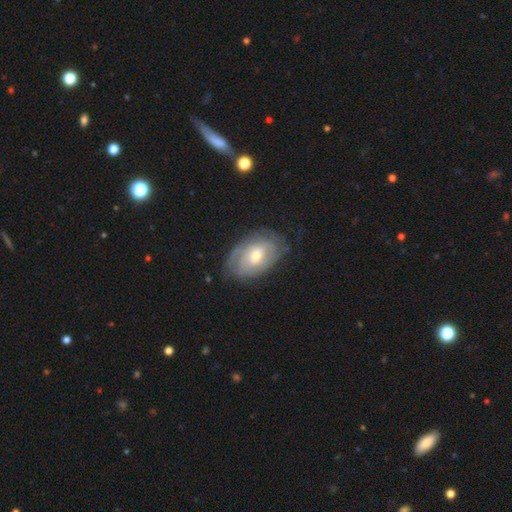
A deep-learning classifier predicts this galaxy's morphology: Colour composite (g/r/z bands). It shows a featured or disk galaxy (69%) with no bar (58%), tight (67%) spiral arms (78%) and a moderate central bulge (61%). Merging: none (72%).